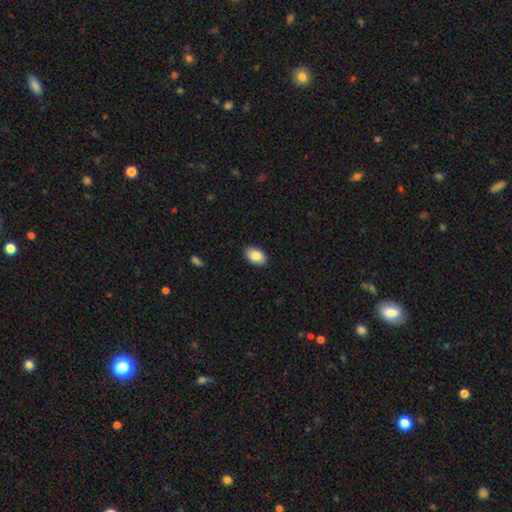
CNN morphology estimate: Smooth or featured? Predicted: smooth (p=0.87). How rounded? Predicted: in between (p=0.90). Merging? Predicted: none (p=0.88).